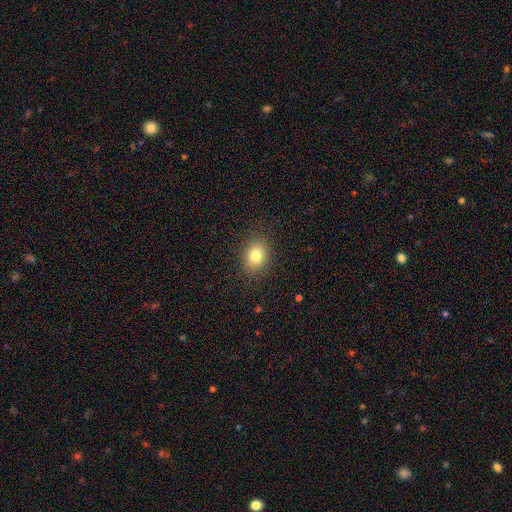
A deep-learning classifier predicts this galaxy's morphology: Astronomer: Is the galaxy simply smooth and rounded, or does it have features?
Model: smooth — 80%.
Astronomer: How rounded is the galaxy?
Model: in between — 57% (runner-up: round, 42%).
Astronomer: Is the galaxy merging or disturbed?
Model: none — 88%.